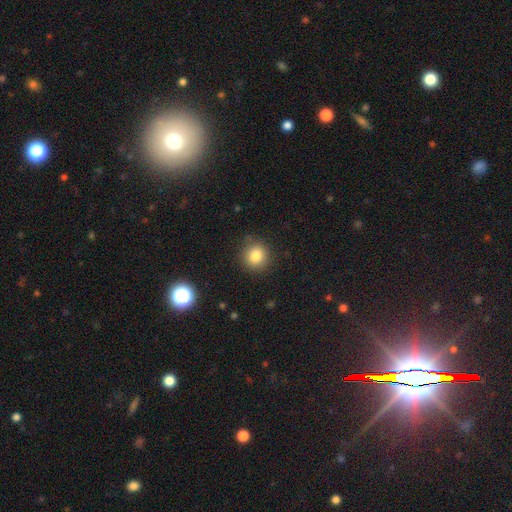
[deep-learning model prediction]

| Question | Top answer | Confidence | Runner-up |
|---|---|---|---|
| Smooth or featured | smooth | 82% | star or artifact (11%) |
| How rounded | round | 89% | in between (10%) |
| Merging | none | 87% | minor disturbance (9%) |